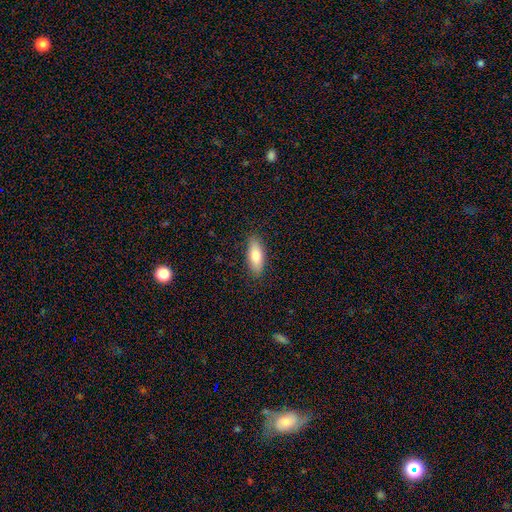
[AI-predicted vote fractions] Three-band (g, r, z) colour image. It shows a smooth galaxy with no disk features (79%) that is in between round and cigar-shaped (73%). Merging: none (87%).